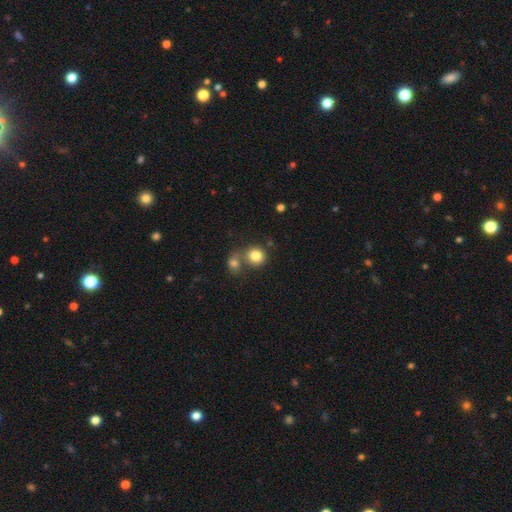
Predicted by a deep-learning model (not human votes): smooth-or-featured: smooth: 82% | star or artifact: 10% | featured or disk: 8%
  how-rounded: round: 84% | in between: 15% | cigar-shaped: 1%
  merging: none: 53% | merger: 35% | minor disturbance: 9% | major disturbance: 4%